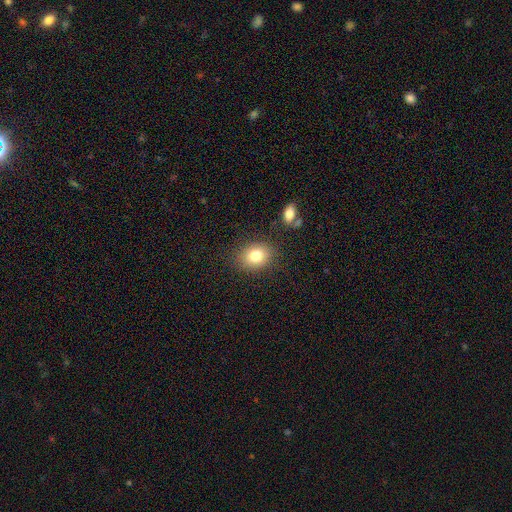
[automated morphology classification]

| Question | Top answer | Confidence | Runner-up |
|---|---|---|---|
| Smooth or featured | smooth | 80% | star or artifact (10%) |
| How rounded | in between | 54% | round (45%) |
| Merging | none | 83% | minor disturbance (11%) |